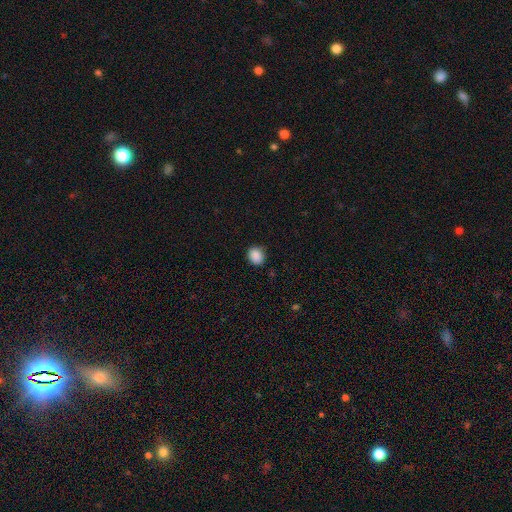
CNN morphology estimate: smooth-or-featured: smooth: 89% | star or artifact: 9% | featured or disk: 3%
  how-rounded: round: 62% | in between: 37% | cigar-shaped: 1%
  merging: none: 86% | minor disturbance: 11% | major disturbance: 3% | merger: 1%